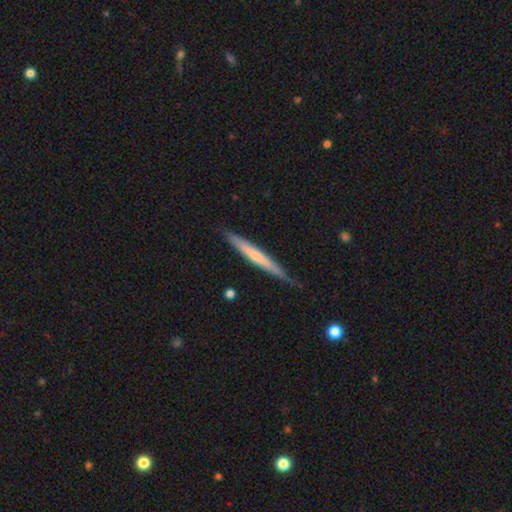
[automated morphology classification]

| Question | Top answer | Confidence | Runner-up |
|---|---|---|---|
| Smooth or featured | featured or disk | 48% | smooth (47%) |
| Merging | none | 81% | minor disturbance (15%) |